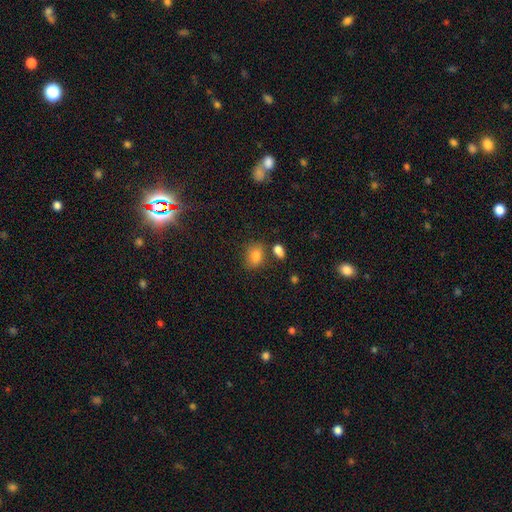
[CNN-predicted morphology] Smooth or featured? smooth (81%)
How rounded? in between (73%)
Merging? none (69%)